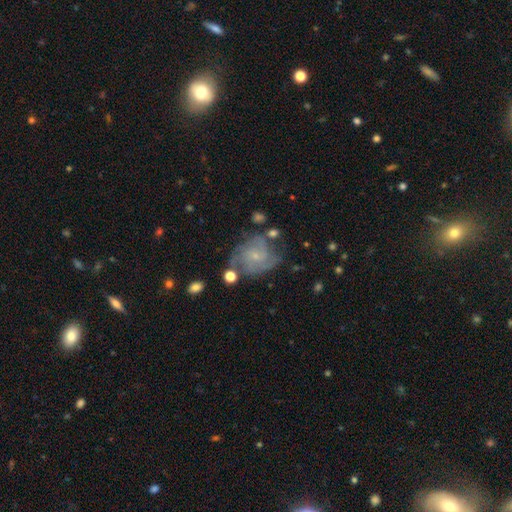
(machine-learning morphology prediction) This is likely a featured or disk galaxy (75%). It is clearly not viewed edge-on (98%). Bar: likely no (68%). Spiral arm pattern: clearly yes (90%). Spiral arm count: marginally can't tell (33%). Spiral winding: possibly tight (47%). Central bulge: likely small (76%). Merging: possibly none (59%).